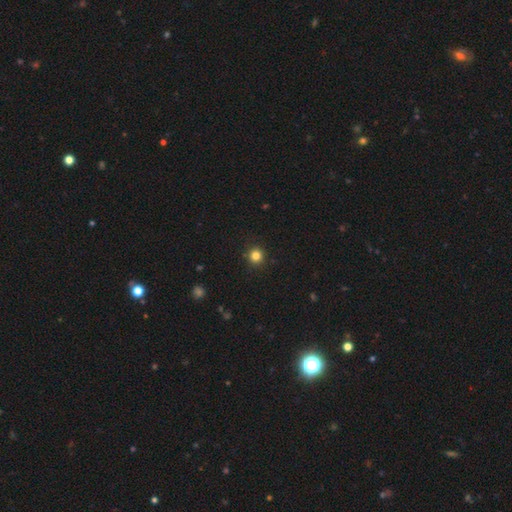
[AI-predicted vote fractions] Smooth or featured? Predicted: smooth (p=0.82). How rounded? Predicted: round (p=0.94). Merging? Predicted: none (p=0.92).